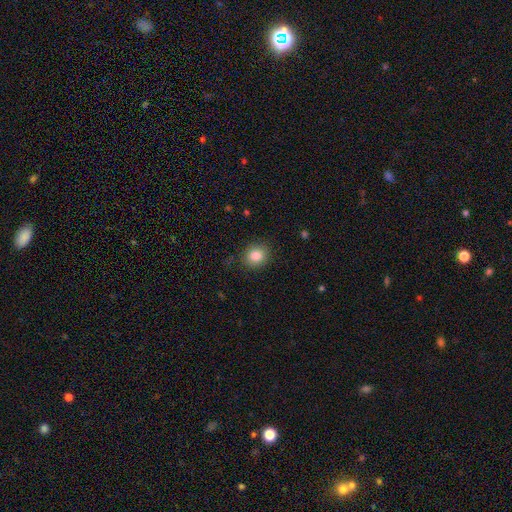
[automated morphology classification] Overall: smooth (85%). How rounded: round (76%). Merging: none (87%).